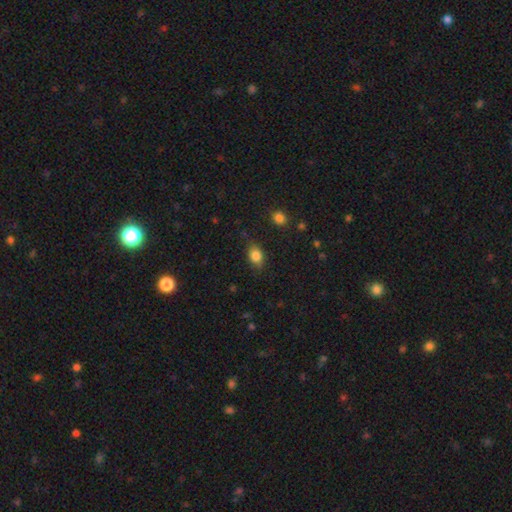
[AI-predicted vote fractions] smooth_or_featured: smooth (p=0.83) [alt: star or artifact p=0.10]
how_rounded: in between (p=0.69) [alt: round p=0.30]
merging: none (p=0.76) [alt: minor disturbance p=0.18]